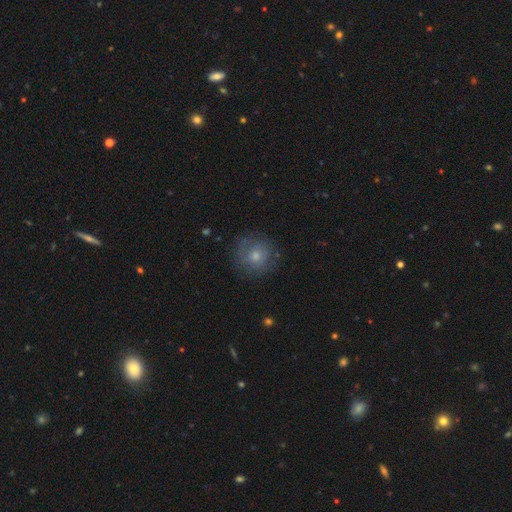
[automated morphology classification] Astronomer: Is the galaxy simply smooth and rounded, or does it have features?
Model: smooth — 56%.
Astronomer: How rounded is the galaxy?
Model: round — 91%.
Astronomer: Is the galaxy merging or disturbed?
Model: none — 80%.